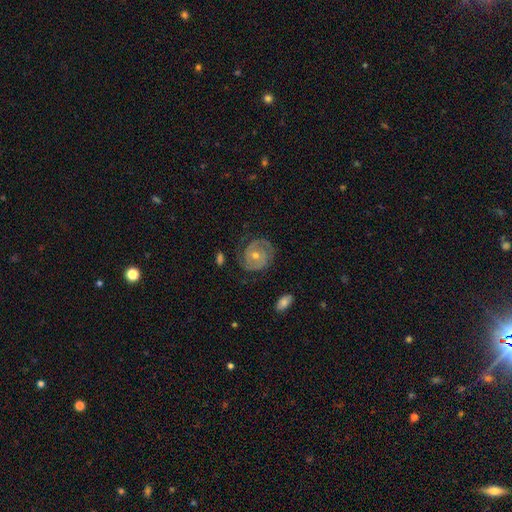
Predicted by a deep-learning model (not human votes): A featured or disk galaxy (85%) with no bar (70%), 2 (80%) tight (70%) spiral arms (95%) and a moderate central bulge (55%).

Vote fractions:
- Smooth or featured? featured or disk: 85% / smooth: 8% / star or artifact: 7%
- Edge-on disk? no: 98% / yes: 2%
- Bar? no: 70% / weak: 24% / strong: 7%
- Spiral arms? yes: 95% / no: 5%
- Spiral winding? tight: 70% / medium: 25% / loose: 5%
- Spiral arm count? 2: 80% / can't tell: 8% / 3: 5% / 1: 3% / 4: 2% / more than 4: 2%
- Bulge size? moderate: 55% / small: 41% / large: 2% / none: 1% / dominant: 1%
- Merging? none: 81% / minor disturbance: 13% / major disturbance: 5% / merger: 2%